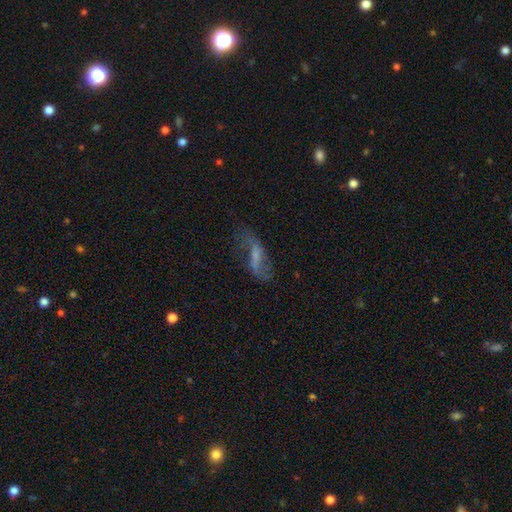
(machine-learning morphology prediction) This is possibly a featured or disk galaxy (58%). It is clearly not viewed edge-on (85%). Merging: possibly none (53%).